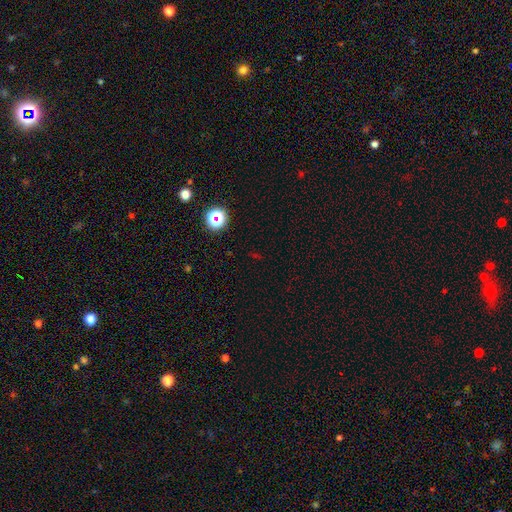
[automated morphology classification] Smooth or featured? star or artifact (67%)